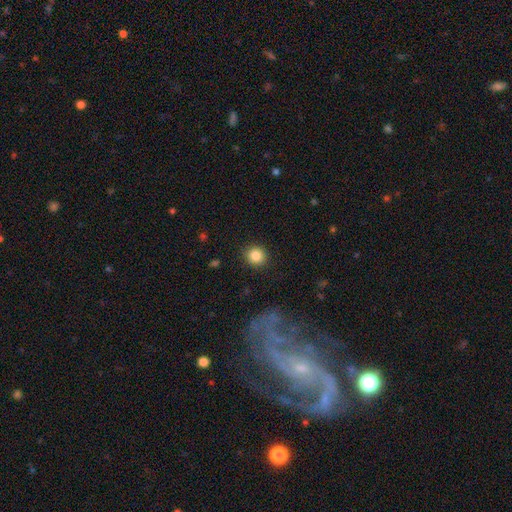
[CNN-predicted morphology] smooth_or_featured: smooth (p=0.85) [alt: star or artifact p=0.10]
how_rounded: round (p=0.88) [alt: in between p=0.11]
merging: none (p=0.90) [alt: minor disturbance p=0.06]